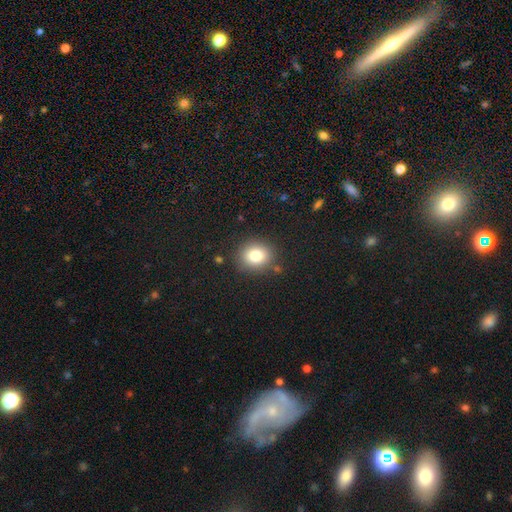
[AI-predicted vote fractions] Morphology: type=smooth (80%); roundness=round (70%); merging=none (85%).